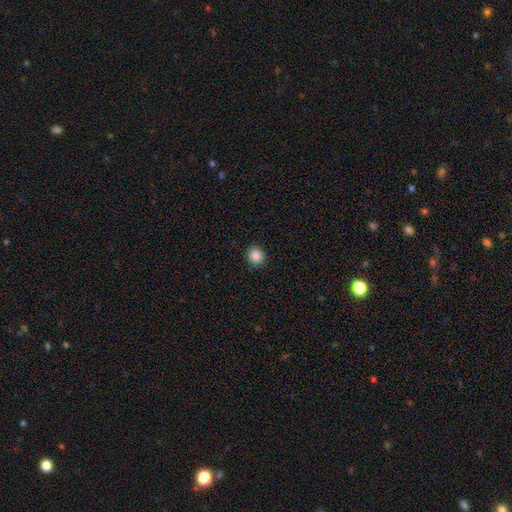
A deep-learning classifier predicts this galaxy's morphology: This appears to be a smooth galaxy with no disk features (86%) that is round (79%). Merging: none (92%).